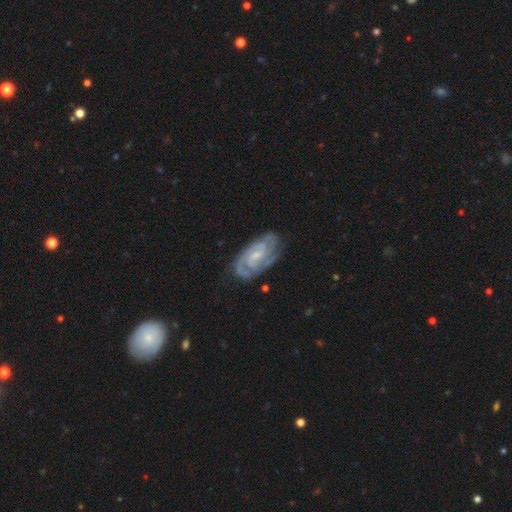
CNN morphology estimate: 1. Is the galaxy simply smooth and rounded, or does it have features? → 86% featured or disk, 9% smooth, 5% star or artifact.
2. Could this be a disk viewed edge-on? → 96% no, 4% yes.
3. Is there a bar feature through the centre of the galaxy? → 46% no, 45% weak, 9% strong.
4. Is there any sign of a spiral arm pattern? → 97% yes, 3% no.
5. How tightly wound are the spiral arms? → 60% tight, 34% medium, 6% loose.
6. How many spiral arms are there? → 51% 2, 22% 3, 16% can't tell, 5% 4, 4% 1, 3% more than 4.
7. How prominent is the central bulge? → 59% small, 26% moderate, 12% none, 1% large, 1% dominant.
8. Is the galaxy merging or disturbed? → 74% none, 18% minor disturbance, 6% major disturbance, 2% merger.